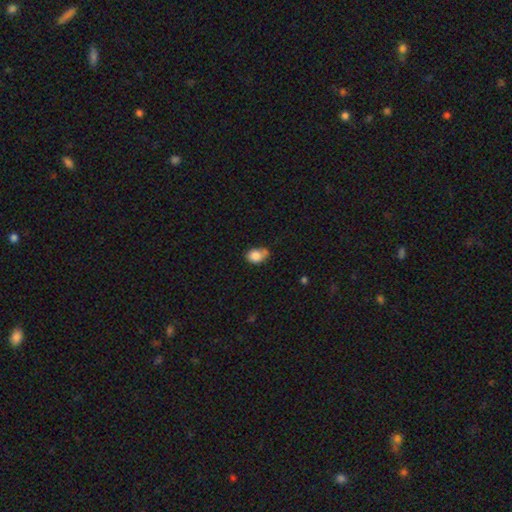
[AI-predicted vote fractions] A smooth galaxy with no disk features (83%) that is in between round and cigar-shaped (60%). Merging: none (42%).